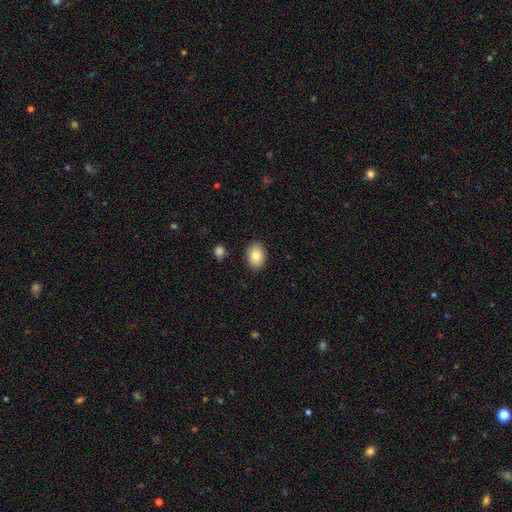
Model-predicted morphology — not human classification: Smooth or featured?
  - smooth: 83% *
  - featured or disk: 10%
  - star or artifact: 7%
How rounded?
  - in between: 81% *
  - round: 18%
  - cigar-shaped: 1%
Merging?
  - none: 88% *
  - minor disturbance: 9%
  - major disturbance: 2%
  - merger: 1%